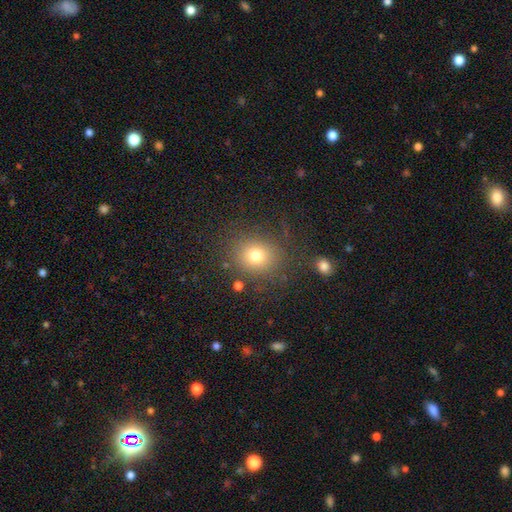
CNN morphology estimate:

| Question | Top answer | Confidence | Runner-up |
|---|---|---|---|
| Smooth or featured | smooth | 75% | star or artifact (15%) |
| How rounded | round | 70% | in between (29%) |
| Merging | none | 80% | minor disturbance (11%) |